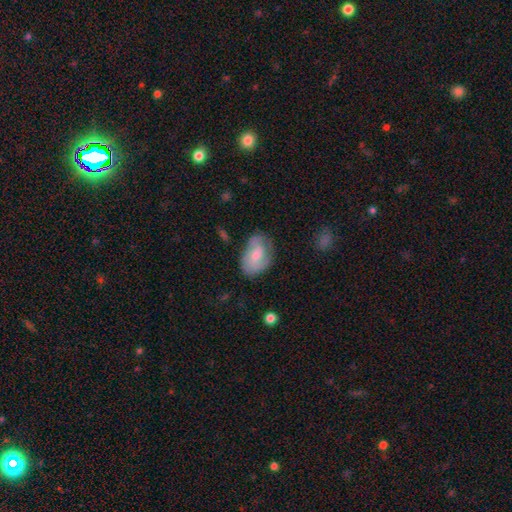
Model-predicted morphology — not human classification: Smooth or featured? smooth (52%)
How rounded? in between (86%)
Merging? none (62%)